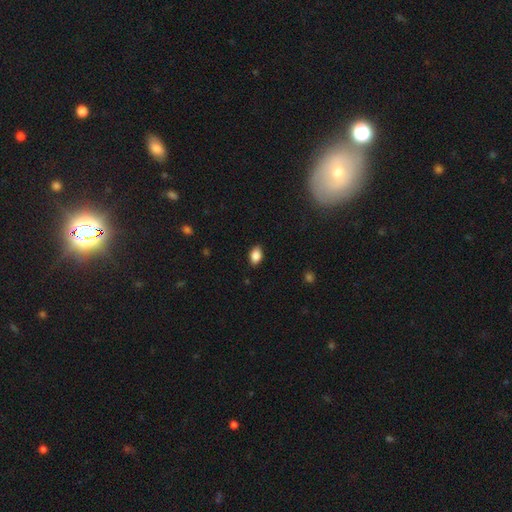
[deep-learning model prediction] Smooth or featured?
  - smooth: 88% *
  - star or artifact: 8%
  - featured or disk: 4%
How rounded?
  - in between: 87% *
  - round: 12%
  - cigar-shaped: 2%
Merging?
  - none: 86% *
  - minor disturbance: 11%
  - major disturbance: 2%
  - merger: 1%